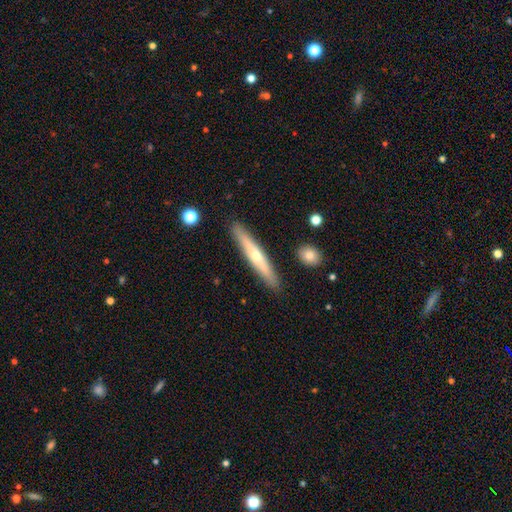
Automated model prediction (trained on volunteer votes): smooth_or_featured: featured or disk (p=0.53) [alt: smooth p=0.41]
disk_edge_on: yes (p=0.92) [alt: no p=0.08]
merging: none (p=0.90) [alt: minor disturbance p=0.07]